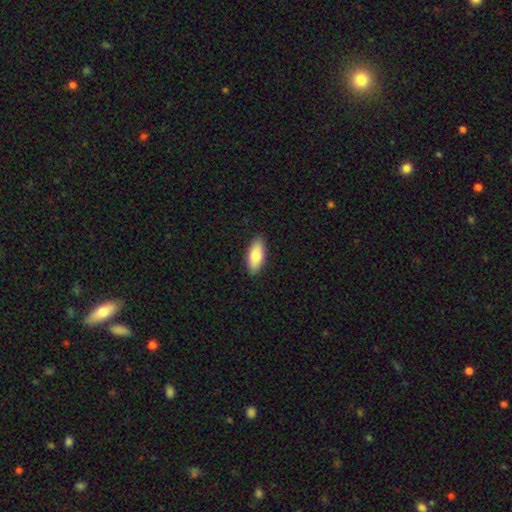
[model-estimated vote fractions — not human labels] Overall: smooth (81%). How rounded: in between (80%). Merging: none (90%).